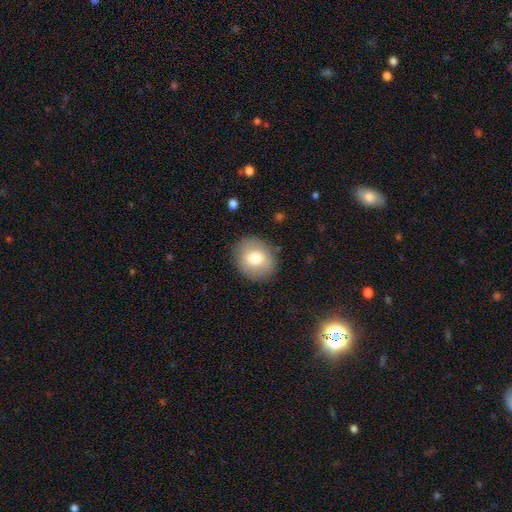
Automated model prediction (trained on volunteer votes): Overall: smooth (68%). How rounded: round (75%). Merging: none (88%).